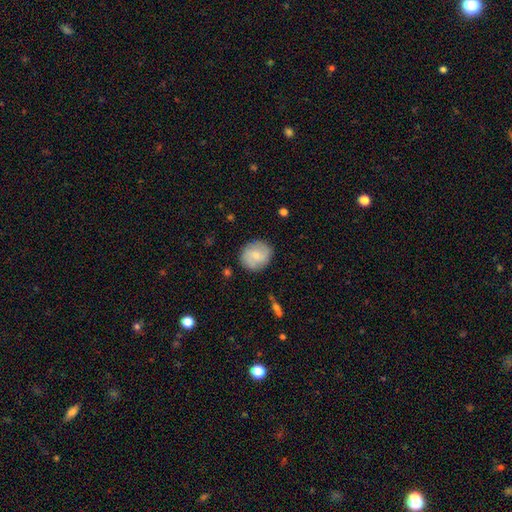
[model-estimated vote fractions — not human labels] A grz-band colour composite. It shows a smooth galaxy with no disk features (62%) that is round (83%). Merging: none (85%).